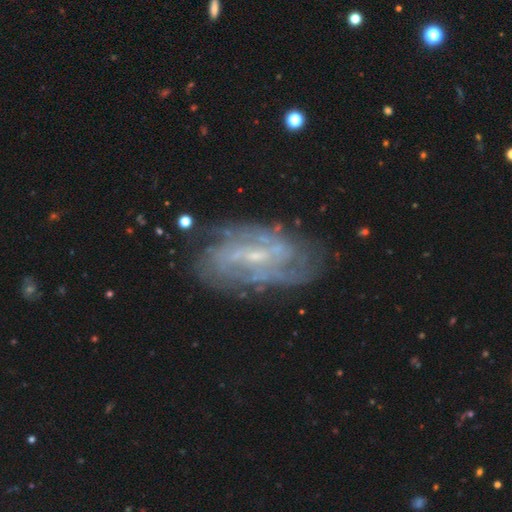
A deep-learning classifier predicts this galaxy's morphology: This is clearly a featured or disk galaxy (82%). It is clearly not viewed edge-on (94%). Bar: possibly weak (49%). Spiral arm pattern: clearly yes (87%). Spiral arm count: marginally can't tell (44%). Spiral winding: possibly tight (48%). Central bulge: likely small (72%). Merging: likely none (72%).